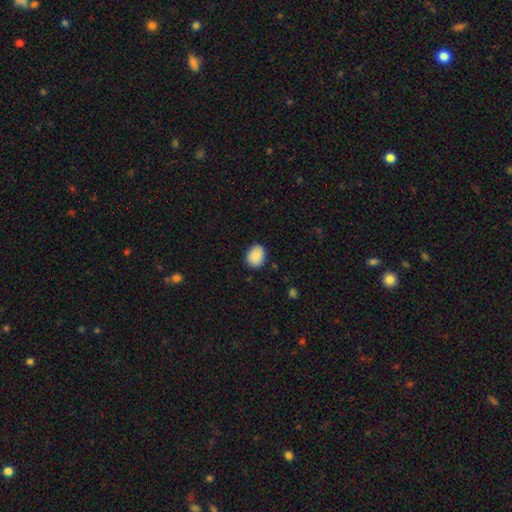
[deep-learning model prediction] smooth 89%, star or artifact 7%, featured or disk 4%. Down the decision tree: how rounded — in between (52%); merging — none (82%).